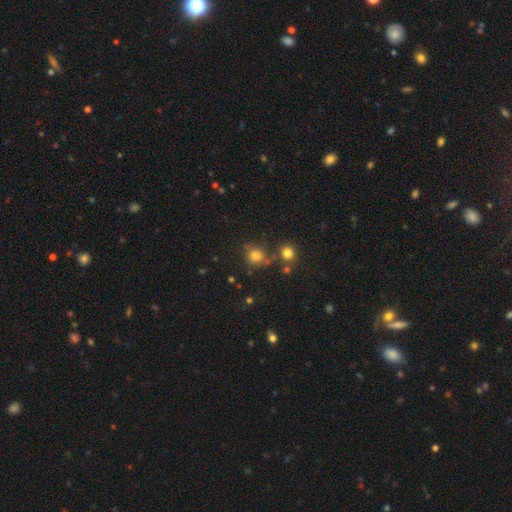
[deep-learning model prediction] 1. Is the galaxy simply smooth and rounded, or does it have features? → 77% smooth, 16% star or artifact, 8% featured or disk.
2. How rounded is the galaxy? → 85% round, 14% in between, 1% cigar-shaped.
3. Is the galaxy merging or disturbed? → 67% none, 14% minor disturbance, 13% merger, 6% major disturbance.